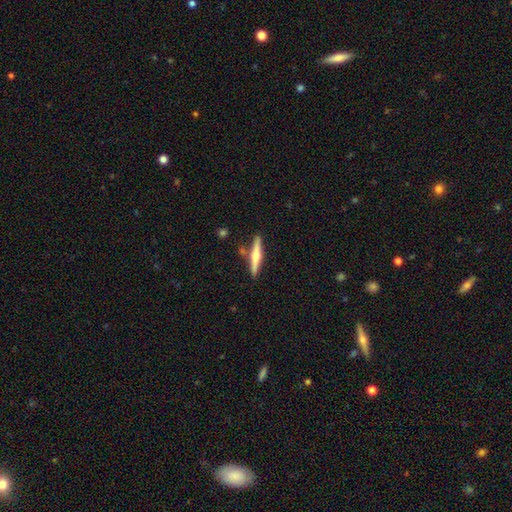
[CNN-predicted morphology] smooth-or-featured: featured or disk: 63% | smooth: 32% | star or artifact: 5%
  disk-edge-on: yes: 97% | no: 3%
    edge-on-bulge: rounded: 92% | none: 4% | boxy: 4%
  merging: none: 84% | minor disturbance: 9% | merger: 5% | major disturbance: 2%